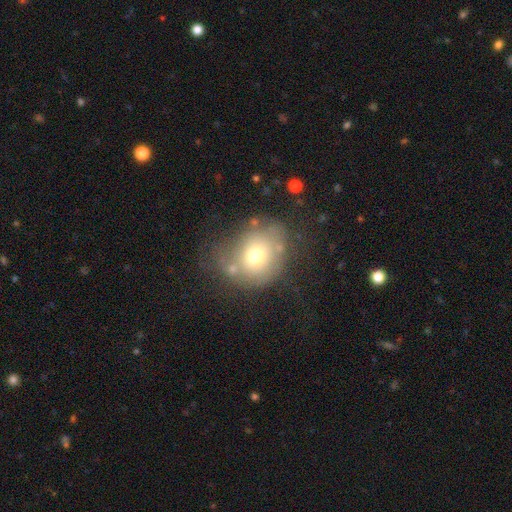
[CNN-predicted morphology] Q: Smooth or featured?
A: smooth (66%); runner-up: featured or disk (22%)
Q: How rounded?
A: round (68%); runner-up: in between (31%)
Q: Merging?
A: none (54%); runner-up: minor disturbance (24%)